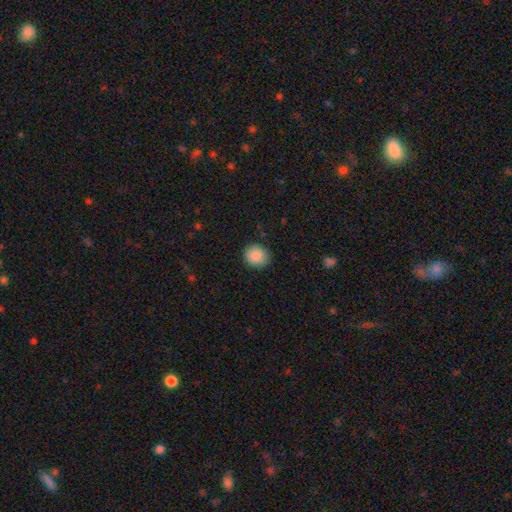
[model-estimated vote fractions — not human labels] Q: Smooth or featured?
A: smooth (89%); runner-up: star or artifact (8%)
Q: How rounded?
A: round (75%); runner-up: in between (24%)
Q: Merging?
A: none (86%); runner-up: minor disturbance (10%)